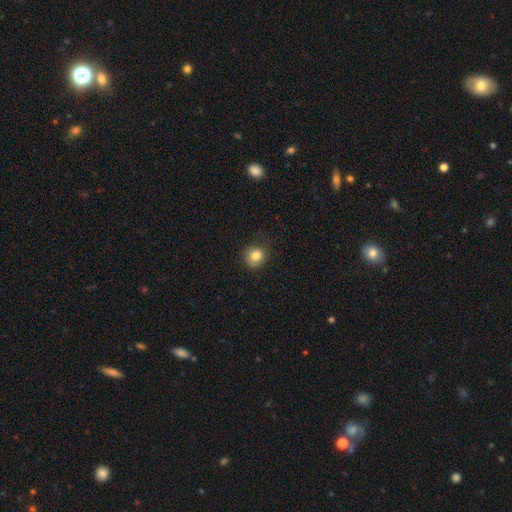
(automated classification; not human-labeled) Overall: smooth (81%). How rounded: round (82%). Merging: none (80%).